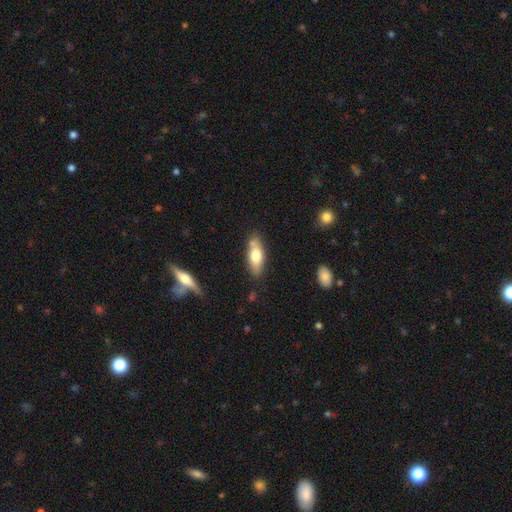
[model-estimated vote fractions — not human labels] Morphology: type=smooth (66%); roundness=in between (67%); merging=none (75%).